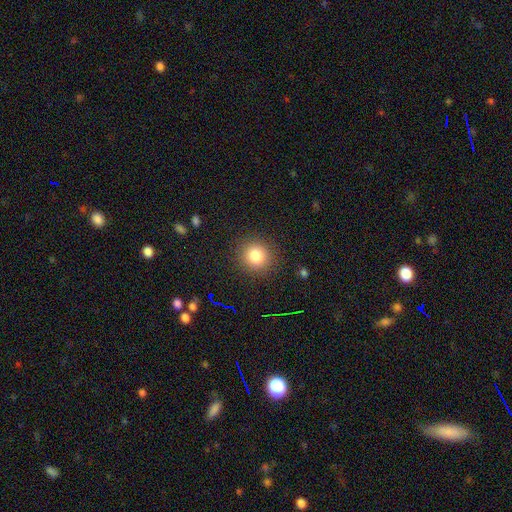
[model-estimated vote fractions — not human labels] This appears to be a smooth galaxy with no disk features (82%) that is round (90%). Merging: none (89%).